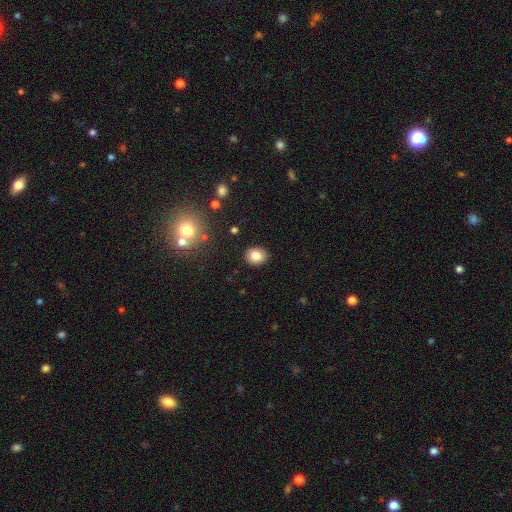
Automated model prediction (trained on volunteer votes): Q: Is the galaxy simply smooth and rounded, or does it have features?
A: smooth — 82%.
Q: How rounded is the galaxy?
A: round — 68%.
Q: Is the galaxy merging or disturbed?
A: none — 90%.